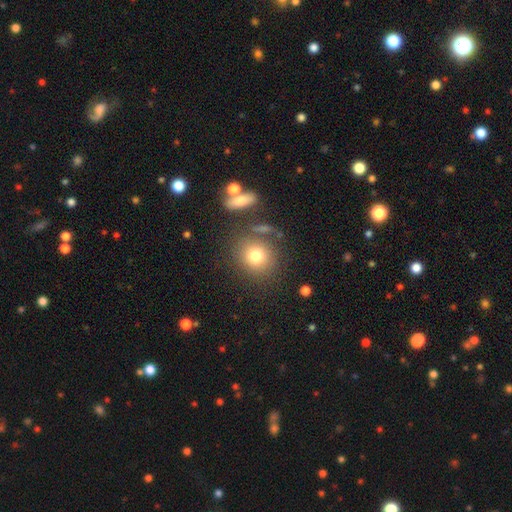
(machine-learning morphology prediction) Overall: smooth (77%). How rounded: round (83%). Merging: none (75%).